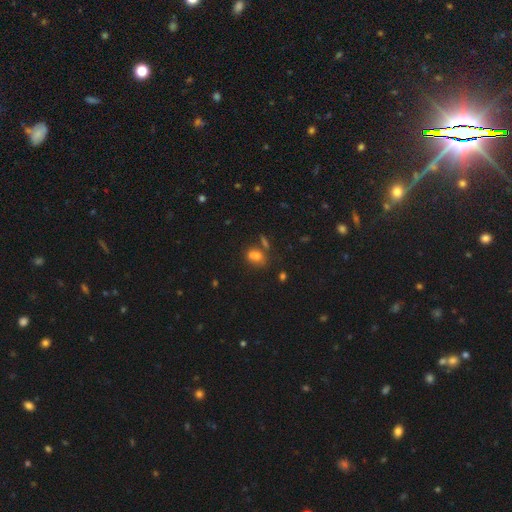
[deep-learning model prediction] This is likely a smooth galaxy (71%). How rounded: likely in between (62%). Merging: possibly none (51%).